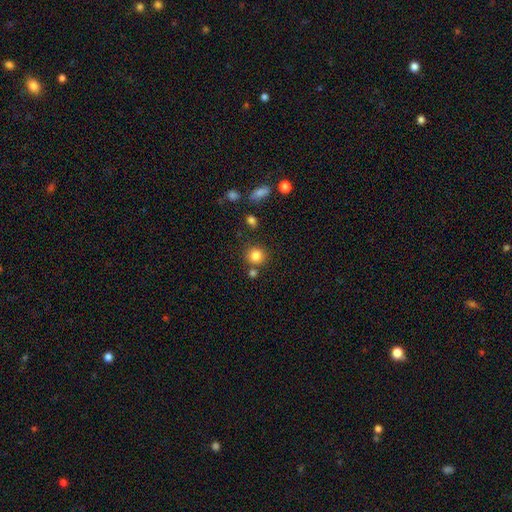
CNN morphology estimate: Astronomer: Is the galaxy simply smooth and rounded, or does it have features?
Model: smooth — 83%.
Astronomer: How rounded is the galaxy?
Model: round — 90%.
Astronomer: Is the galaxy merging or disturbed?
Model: none — 78%.